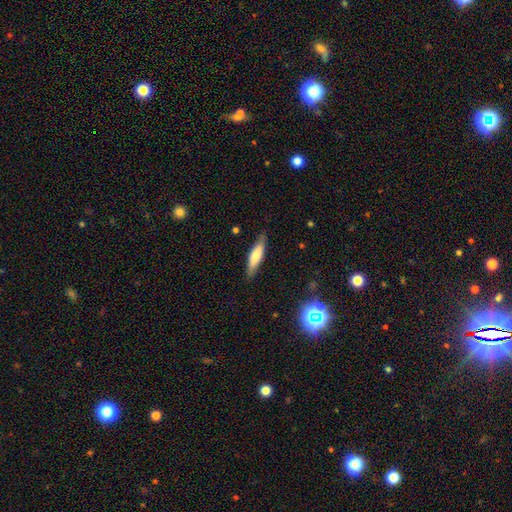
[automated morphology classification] Smooth or featured?
  - smooth: 68% *
  - featured or disk: 25%
  - star or artifact: 6%
How rounded?
  - cigar-shaped: 72% *
  - in between: 27%
  - round: 2%
Merging?
  - none: 82% *
  - minor disturbance: 14%
  - major disturbance: 3%
  - merger: 1%